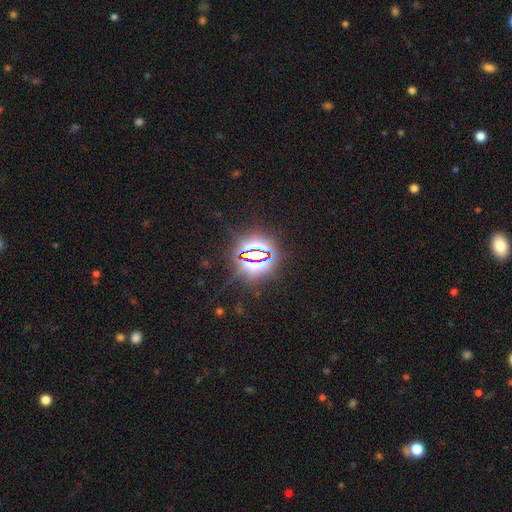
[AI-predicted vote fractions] This appears to be a star or artifact, not a galaxy (80%).